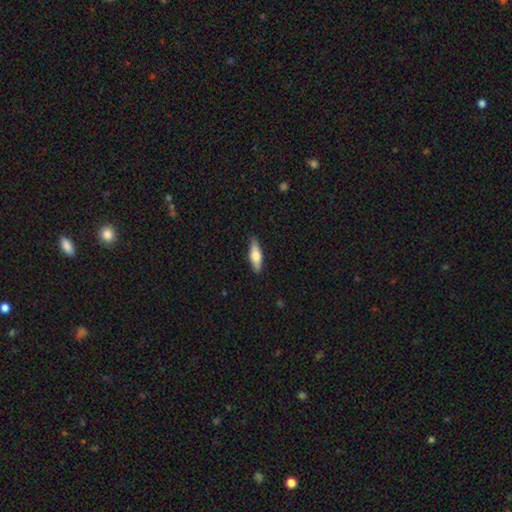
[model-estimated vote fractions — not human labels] Morphology: type=smooth (59%); roundness=cigar-shaped (55%); merging=none (87%).